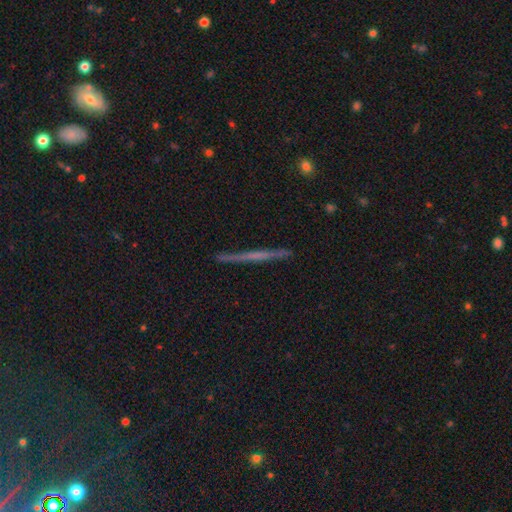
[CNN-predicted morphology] type=featured or disk (61%); edge-on=yes (98%); edge-on bulge=none (75%); merging=none (91%).